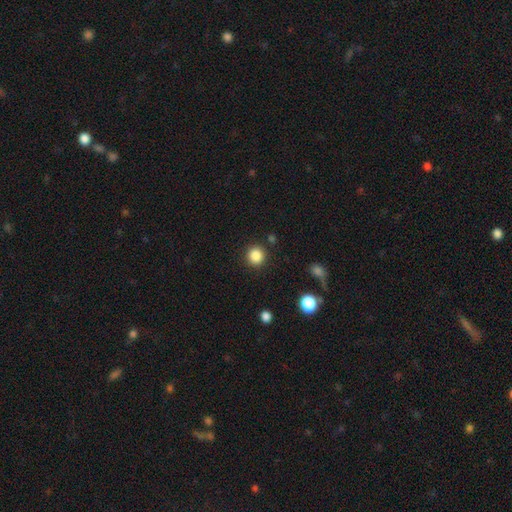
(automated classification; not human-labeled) Smooth or featured?
  - smooth: 86% *
  - star or artifact: 11%
  - featured or disk: 4%
How rounded?
  - round: 93% *
  - in between: 6%
  - cigar-shaped: 1%
Merging?
  - none: 90% *
  - minor disturbance: 6%
  - major disturbance: 2%
  - merger: 2%